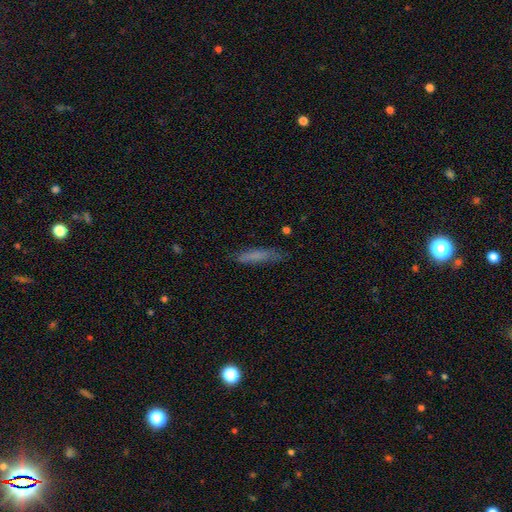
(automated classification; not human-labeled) Morphology: type=smooth (69%); roundness=cigar-shaped (84%); merging=none (73%).